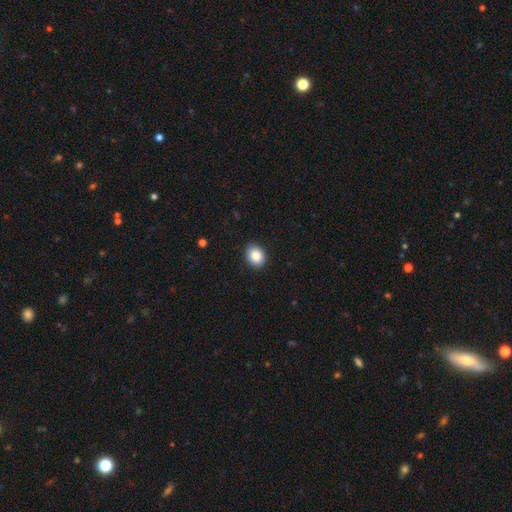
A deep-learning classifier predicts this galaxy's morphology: Q: Smooth or featured?
A: smooth (87%); runner-up: star or artifact (8%)
Q: How rounded?
A: in between (54%); runner-up: round (45%)
Q: Merging?
A: none (89%); runner-up: minor disturbance (8%)